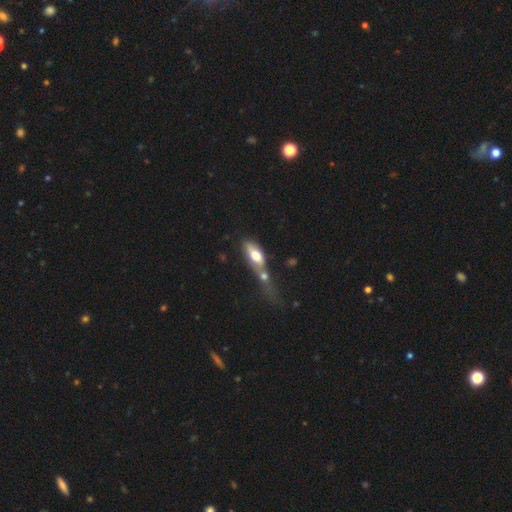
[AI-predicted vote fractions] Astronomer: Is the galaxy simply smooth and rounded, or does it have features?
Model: smooth — 63%.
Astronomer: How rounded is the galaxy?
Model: in between — 71%.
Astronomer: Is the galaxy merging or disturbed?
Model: merger — 47%.